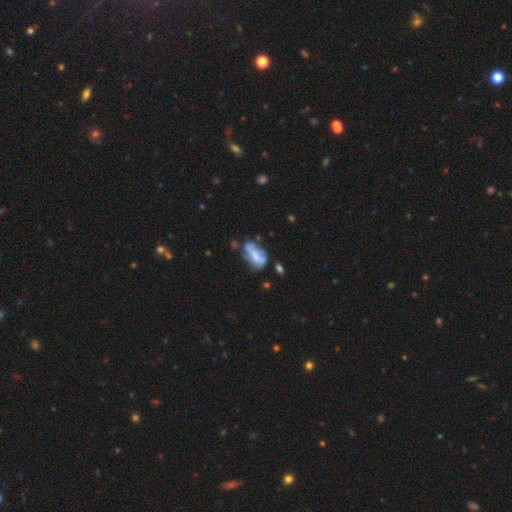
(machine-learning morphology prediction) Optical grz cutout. It shows a smooth galaxy with no disk features (46%). Merging: none (34%).